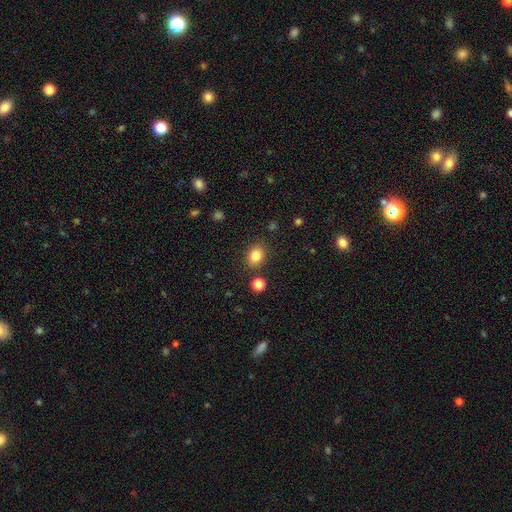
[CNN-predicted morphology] The model was most divided on "how rounded": in between: 58%, round: 41%, cigar-shaped: 1%. More confident: smooth or featured — smooth (83%); merging — none (82%).